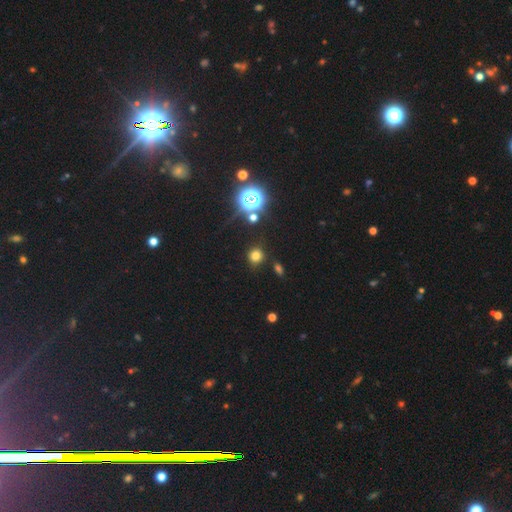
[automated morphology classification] smooth-or-featured: smooth: 71% | star or artifact: 24% | featured or disk: 6%
  how-rounded: round: 88% | in between: 11% | cigar-shaped: 1%
  merging: none: 84% | minor disturbance: 9% | merger: 4% | major disturbance: 3%